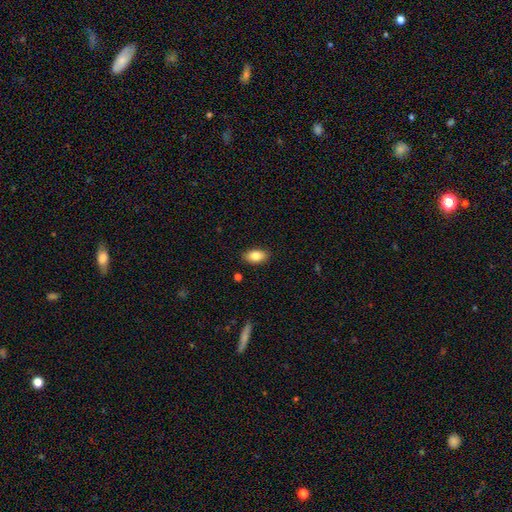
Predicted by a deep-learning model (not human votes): A smooth galaxy with no disk features (83%) that is in between round and cigar-shaped (91%).

Vote fractions:
- Smooth or featured? smooth: 83% / featured or disk: 9% / star or artifact: 8%
- How rounded? in between: 91% / round: 6% / cigar-shaped: 3%
- Merging? none: 88% / minor disturbance: 9% / major disturbance: 2% / merger: 1%